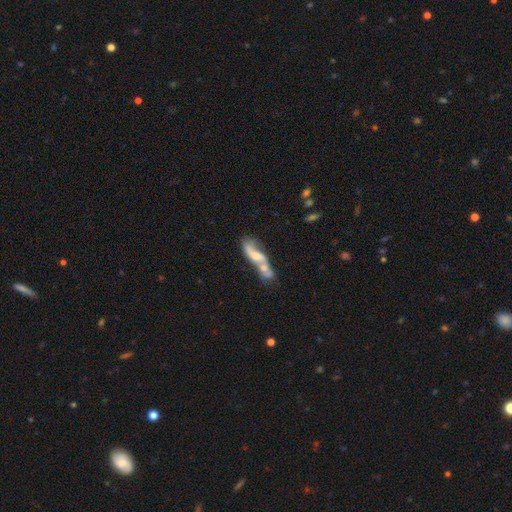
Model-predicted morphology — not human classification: A featured or disk galaxy (61%). Merging: merger (41%).